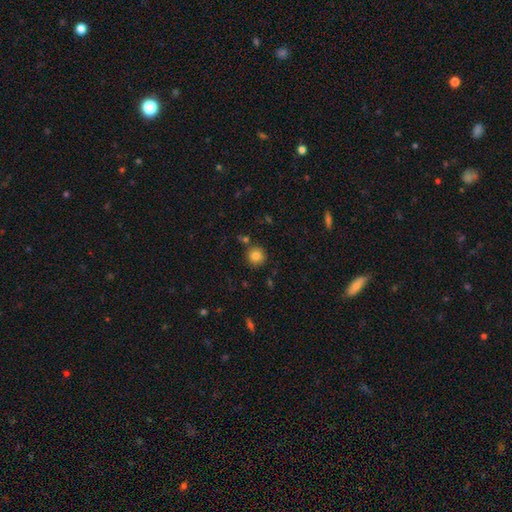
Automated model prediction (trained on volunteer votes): This appears to be a smooth galaxy with no disk features (84%) that is round (93%). Merging: none (84%).